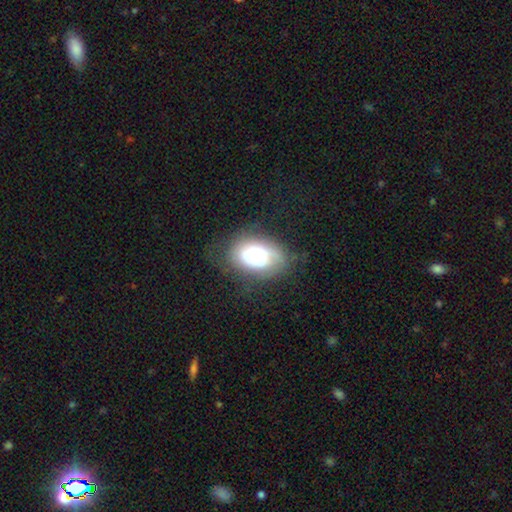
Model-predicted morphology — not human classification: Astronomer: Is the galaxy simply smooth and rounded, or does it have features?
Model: smooth — 59%.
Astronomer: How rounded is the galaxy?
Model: in between — 87%.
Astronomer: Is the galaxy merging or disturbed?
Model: none — 51% (runner-up: minor disturbance, 30%).